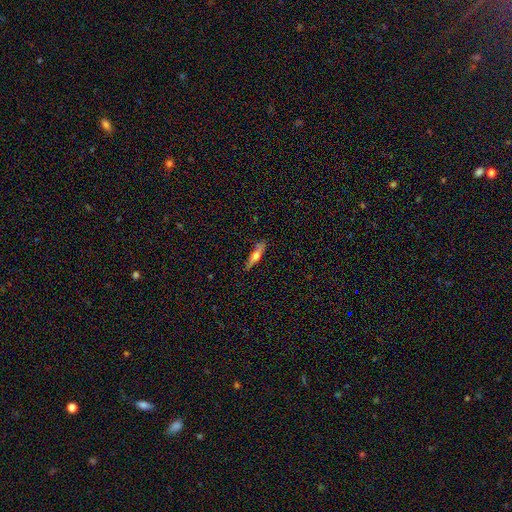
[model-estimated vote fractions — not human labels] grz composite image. It shows a smooth galaxy with no disk features (47%). Merging: none (80%).